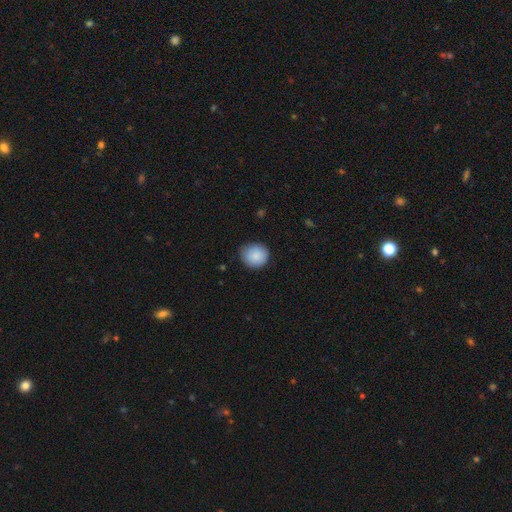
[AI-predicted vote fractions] smooth-or-featured: smooth: 88% | star or artifact: 8% | featured or disk: 4%
  how-rounded: round: 86% | in between: 13% | cigar-shaped: 1%
  merging: none: 81% | minor disturbance: 15% | major disturbance: 3% | merger: 1%